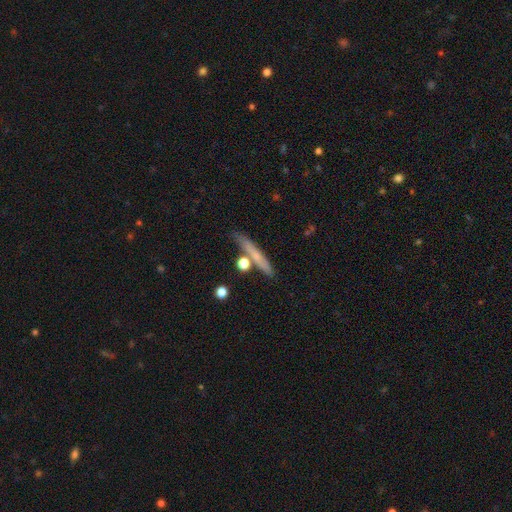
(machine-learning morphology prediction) The model was most divided on "smooth or featured": smooth: 57%, featured or disk: 35%, star or artifact: 8%. More confident: how rounded — cigar-shaped (89%); merging — none (75%).